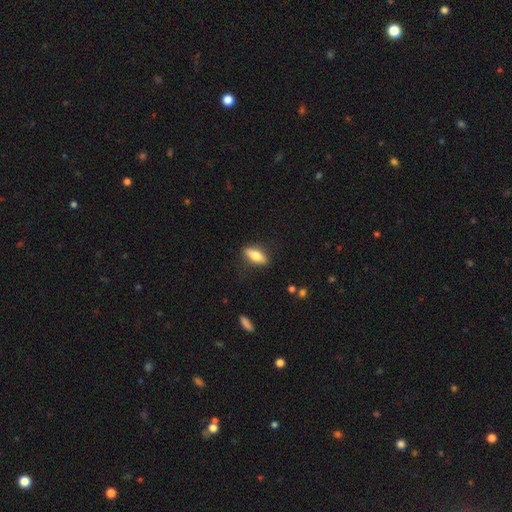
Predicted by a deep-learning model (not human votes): This appears to be a smooth galaxy with no disk features (64%) that is in between round and cigar-shaped (64%). Merging: none (85%).